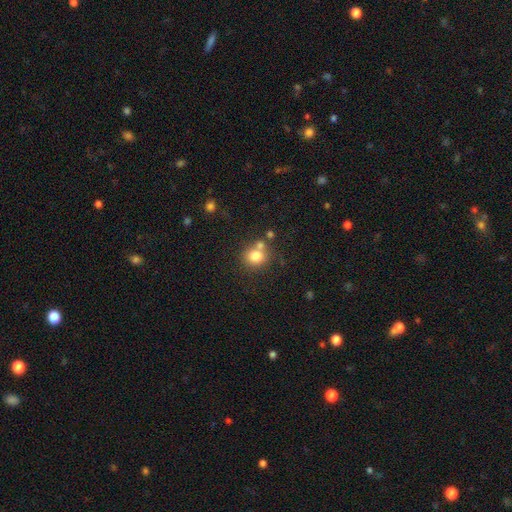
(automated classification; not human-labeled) Smooth or featured: smooth — 79% (star or artifact — 12%)
How rounded: round — 84% (in between — 15%)
Merging: none — 61% (merger — 25%)